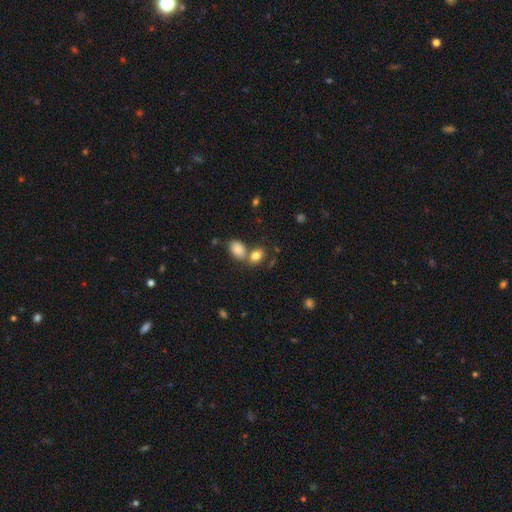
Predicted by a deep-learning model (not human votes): Smooth or featured? Predicted: smooth (p=0.82). How rounded? Predicted: in between (p=0.79). Merging? Predicted: none (p=0.46).